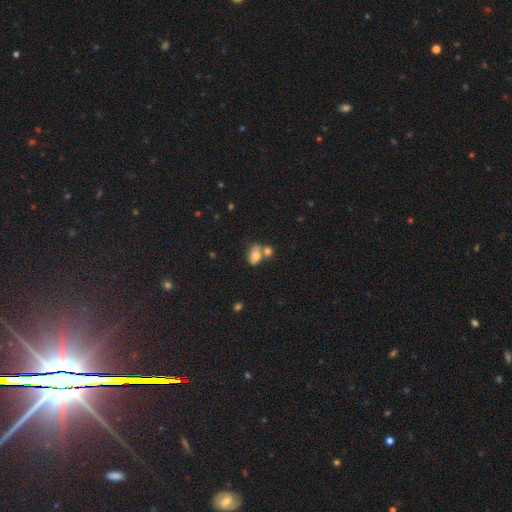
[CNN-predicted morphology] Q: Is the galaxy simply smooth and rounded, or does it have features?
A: smooth — 70%.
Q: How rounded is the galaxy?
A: in between — 74%.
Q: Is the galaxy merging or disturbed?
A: merger — 49%.